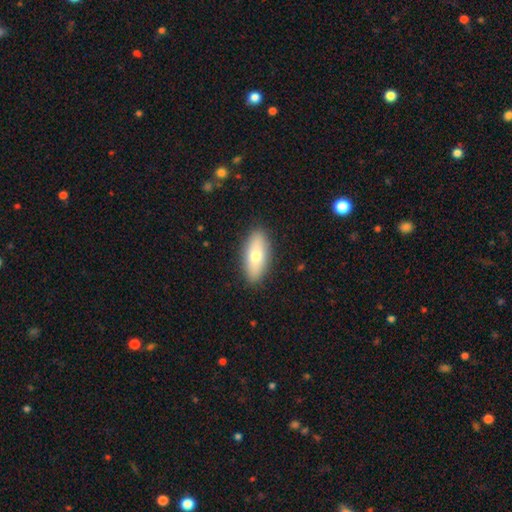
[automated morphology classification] This appears to be a smooth galaxy with no disk features (67%) that is in between round and cigar-shaped (73%). Merging: none (89%).